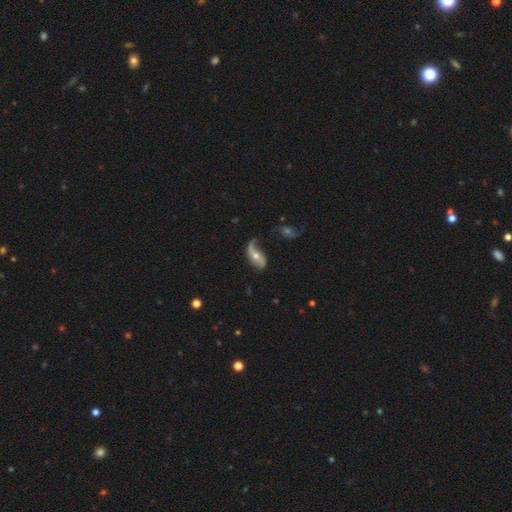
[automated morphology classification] featured or disk 75%, smooth 18%, star or artifact 7%. Down the decision tree: edge-on disk — no (93%); bar — no (61%); spiral arms — yes (89%); spiral arm count — 2 (76%); spiral winding — loose (77%); bulge size — moderate (64%); merging — none (50%).